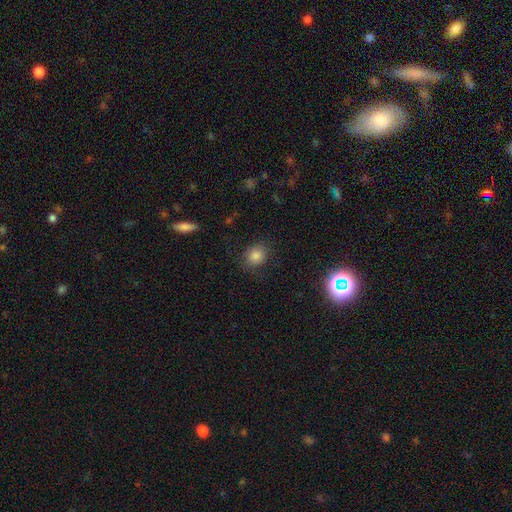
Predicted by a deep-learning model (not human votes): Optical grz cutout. It shows a smooth galaxy with no disk features (82%) that is round (72%). Merging: none (80%).